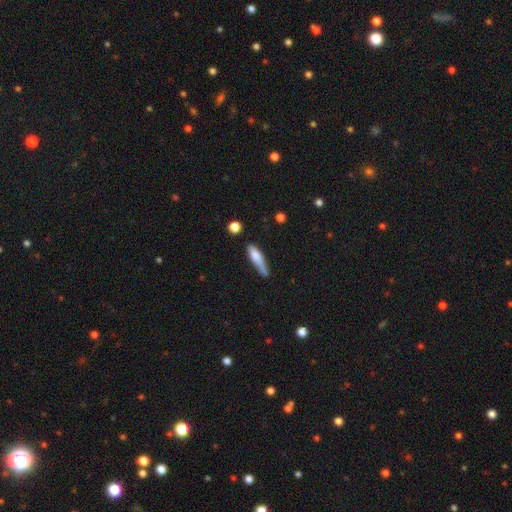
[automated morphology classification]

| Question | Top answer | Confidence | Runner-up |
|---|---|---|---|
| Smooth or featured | smooth | 65% | featured or disk (28%) |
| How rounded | cigar-shaped | 76% | in between (22%) |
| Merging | none | 45% | minor disturbance (35%) |